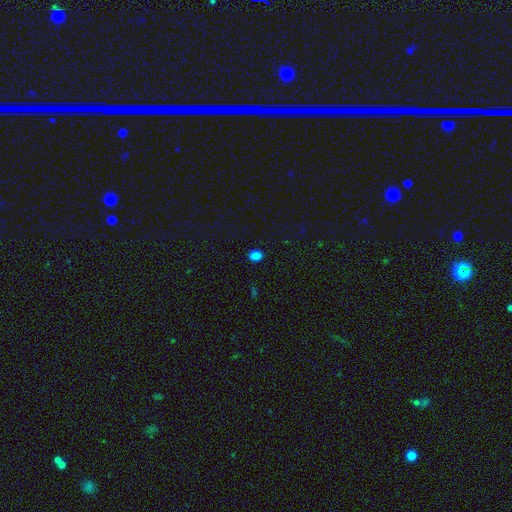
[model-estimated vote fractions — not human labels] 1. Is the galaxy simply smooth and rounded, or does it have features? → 84% smooth, 13% star or artifact, 3% featured or disk.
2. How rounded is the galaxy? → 57% in between, 42% round, 1% cigar-shaped.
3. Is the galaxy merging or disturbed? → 90% none, 7% minor disturbance, 2% major disturbance, 1% merger.